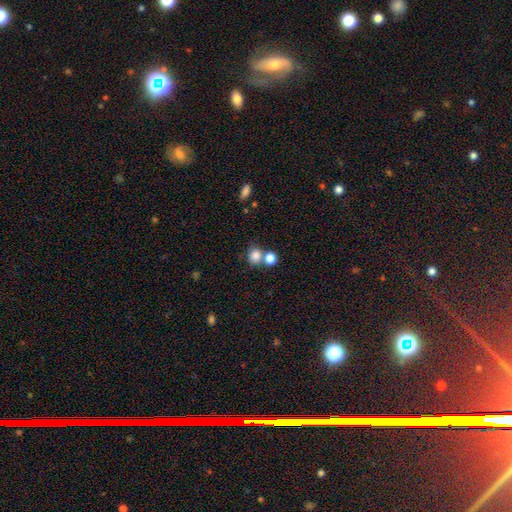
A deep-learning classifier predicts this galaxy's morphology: Smooth or featured?
  - smooth: 82% *
  - star or artifact: 11%
  - featured or disk: 7%
How rounded?
  - round: 72% *
  - in between: 27%
  - cigar-shaped: 1%
Merging?
  - none: 48% *
  - merger: 39%
  - minor disturbance: 9%
  - major disturbance: 4%